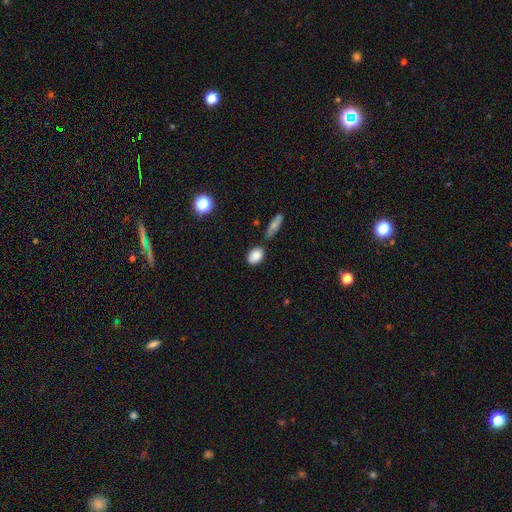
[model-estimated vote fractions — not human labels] Smooth or featured? smooth (85%)
How rounded? in between (78%)
Merging? none (70%)